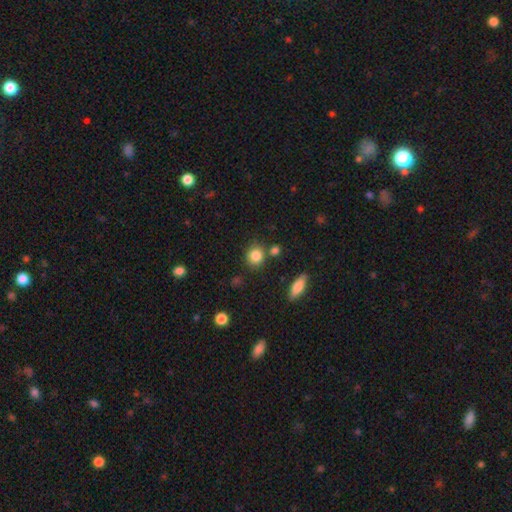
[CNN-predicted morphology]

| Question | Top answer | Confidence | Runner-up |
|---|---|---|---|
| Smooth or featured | smooth | 85% | star or artifact (9%) |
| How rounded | round | 77% | in between (21%) |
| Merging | none | 77% | minor disturbance (11%) |